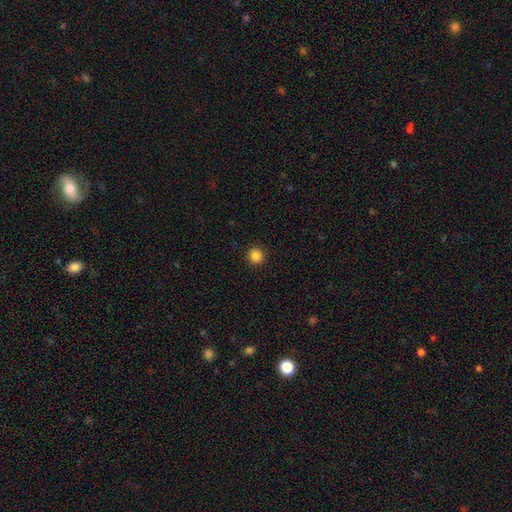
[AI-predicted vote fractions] This is clearly a smooth galaxy (86%). How rounded: clearly round (94%). Merging: clearly none (93%).